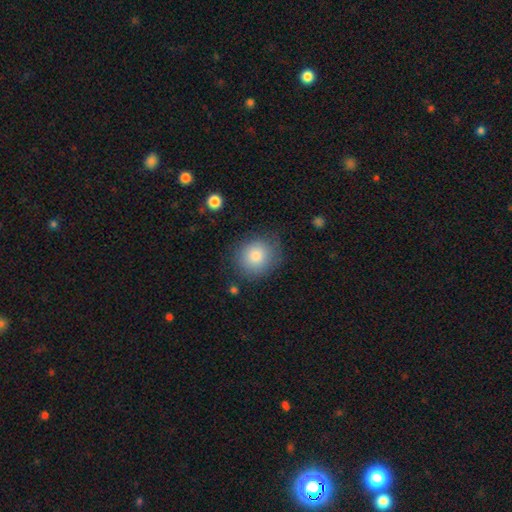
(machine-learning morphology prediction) Smooth or featured?
  - smooth: 81% *
  - featured or disk: 10%
  - star or artifact: 9%
How rounded?
  - round: 80% *
  - in between: 19%
  - cigar-shaped: 1%
Merging?
  - none: 76% *
  - minor disturbance: 17%
  - major disturbance: 5%
  - merger: 2%